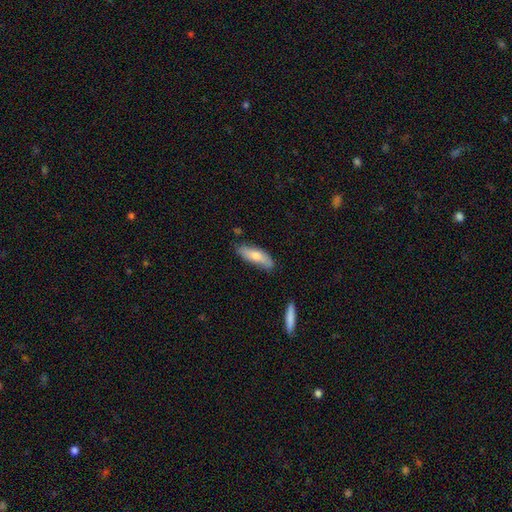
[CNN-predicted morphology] smooth 74%, featured or disk 20%, star or artifact 6%. Down the decision tree: how rounded — in between (52%); merging — none (73%).